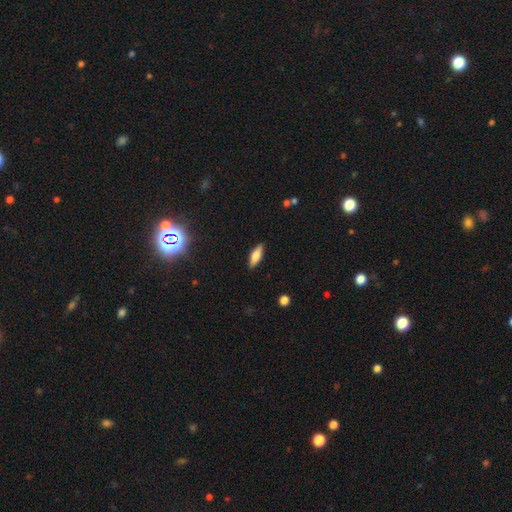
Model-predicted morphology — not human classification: Q: Smooth or featured?
A: smooth (65%); runner-up: featured or disk (28%)
Q: How rounded?
A: in between (57%); runner-up: cigar-shaped (41%)
Q: Merging?
A: none (88%); runner-up: minor disturbance (9%)